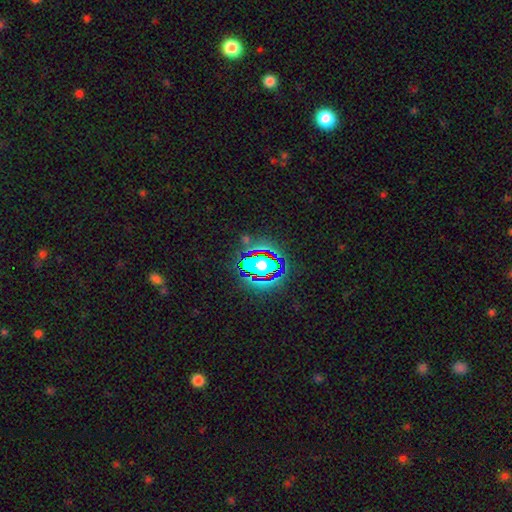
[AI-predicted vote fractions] This is likely a star or artifact rather than a galaxy (79%).